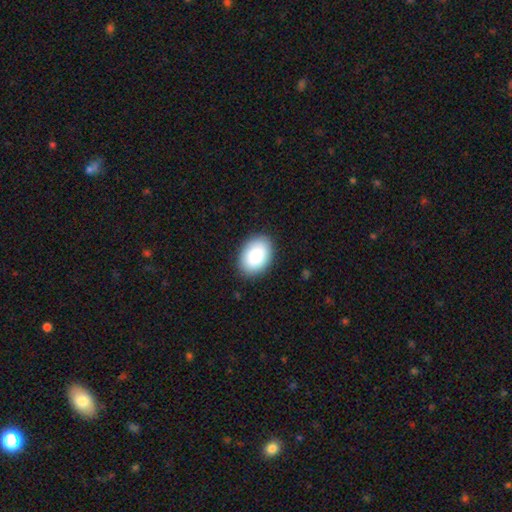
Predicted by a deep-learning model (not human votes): A smooth galaxy with no disk features (88%) that is in between round and cigar-shaped (84%). Merging: none (87%).